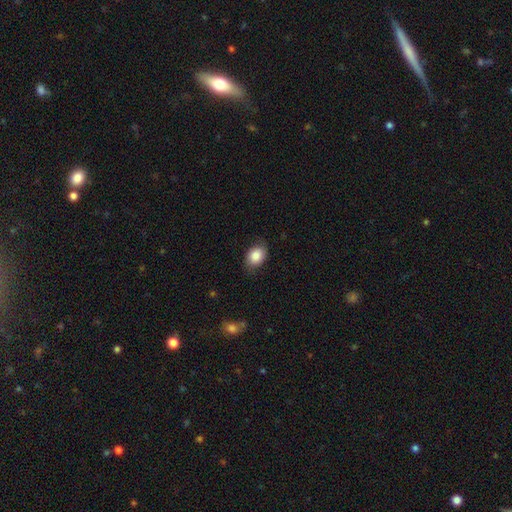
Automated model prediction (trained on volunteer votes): Morphology: type=smooth (84%); roundness=in between (71%); merging=none (76%).